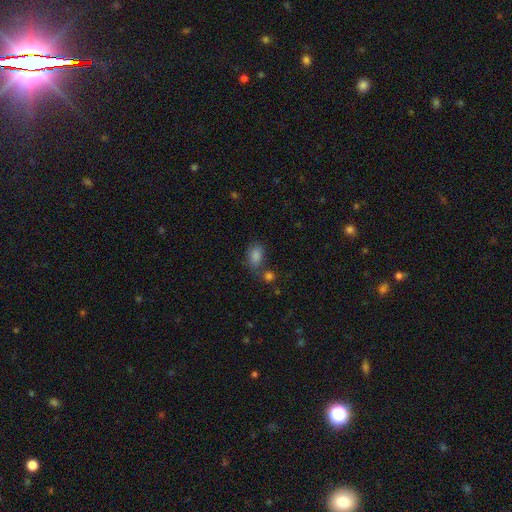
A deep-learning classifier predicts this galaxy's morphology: This is likely a smooth galaxy (78%). How rounded: likely in between (79%). Merging: likely none (65%).